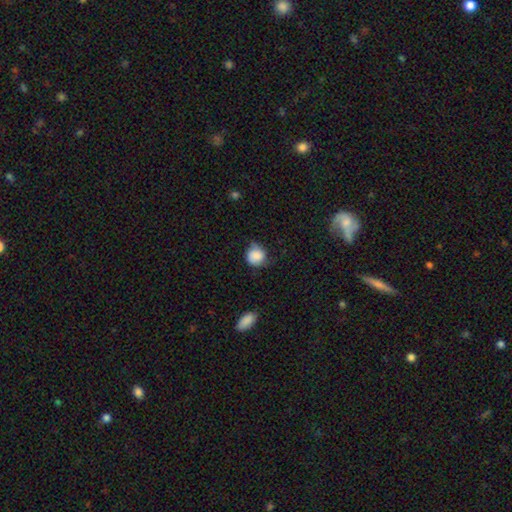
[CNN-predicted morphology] Overall: smooth (75%). How rounded: round (81%). Merging: none (53%; minor disturbance 34%).